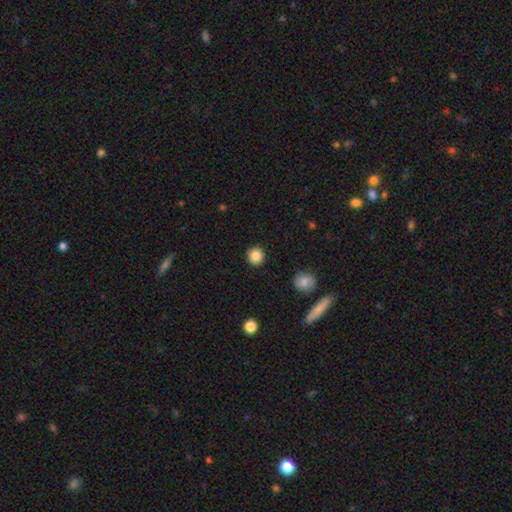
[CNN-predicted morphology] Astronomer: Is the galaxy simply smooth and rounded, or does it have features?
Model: smooth — 87%.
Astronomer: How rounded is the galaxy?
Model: round — 92%.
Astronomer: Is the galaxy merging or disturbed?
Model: none — 91%.